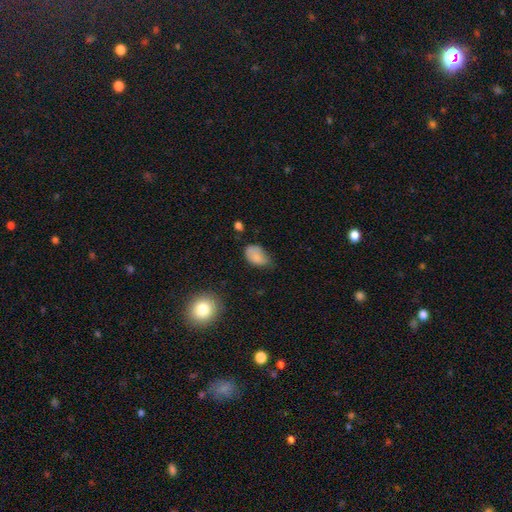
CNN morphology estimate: This appears to be a smooth galaxy with no disk features (79%) that is in between round and cigar-shaped (86%). Merging: minor disturbance (45%).